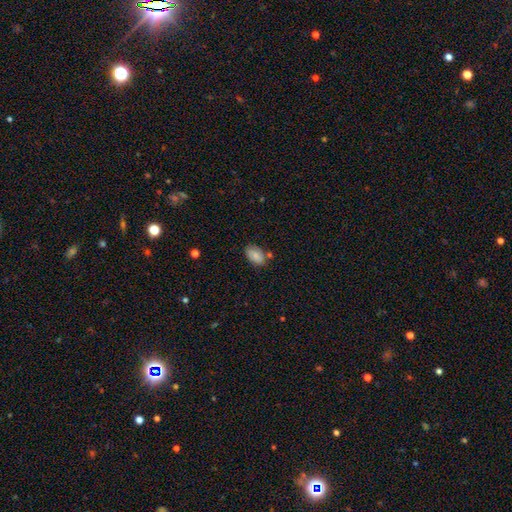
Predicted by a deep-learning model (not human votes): A smooth galaxy with no disk features (80%) that is in between round and cigar-shaped (92%).

Vote fractions:
- Smooth or featured? smooth: 80% / featured or disk: 13% / star or artifact: 8%
- How rounded? in between: 92% / round: 6% / cigar-shaped: 2%
- Merging? none: 68% / minor disturbance: 19% / merger: 9% / major disturbance: 4%